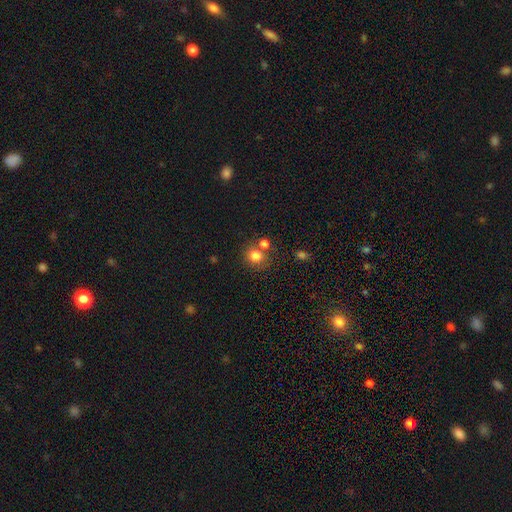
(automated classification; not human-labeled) smooth_or_featured: smooth (p=0.79) [alt: star or artifact p=0.13]
how_rounded: round (p=0.83) [alt: in between p=0.16]
merging: none (p=0.63) [alt: merger p=0.22]